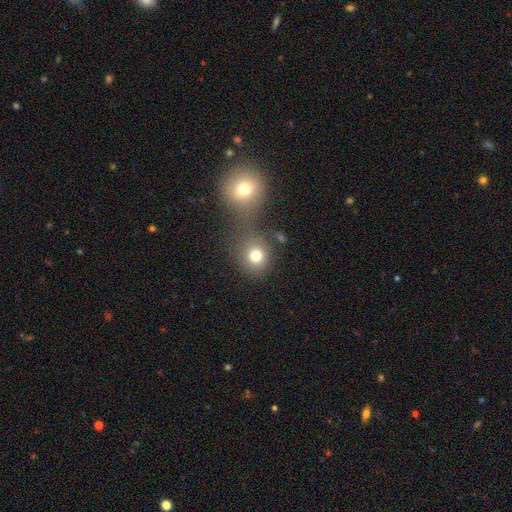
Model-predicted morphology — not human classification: The model was most divided on "merging": none: 53%, merger: 34%, minor disturbance: 8%, major disturbance: 5%. More confident: how rounded — round (81%); smooth or featured — smooth (77%).